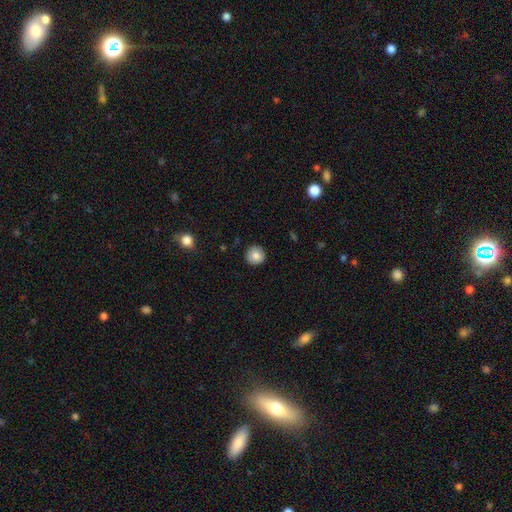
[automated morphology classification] smooth-or-featured: smooth: 84% | star or artifact: 9% | featured or disk: 8%
  how-rounded: round: 94% | in between: 5% | cigar-shaped: 1%
  merging: none: 90% | minor disturbance: 8% | major disturbance: 2% | merger: 1%